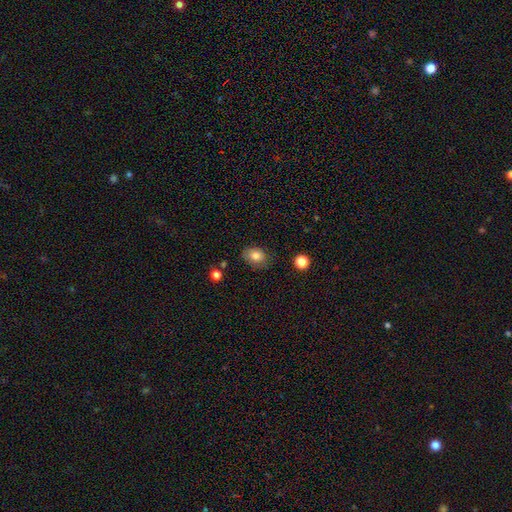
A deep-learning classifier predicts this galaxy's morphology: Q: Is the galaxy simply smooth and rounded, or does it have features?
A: smooth — 79%.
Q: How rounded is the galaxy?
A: in between — 60%.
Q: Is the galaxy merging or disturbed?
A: none — 74%.